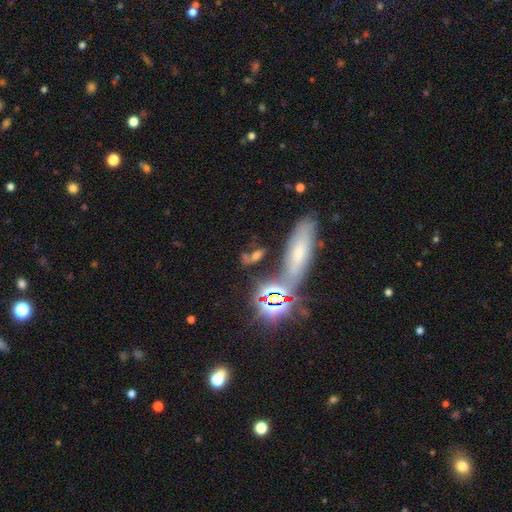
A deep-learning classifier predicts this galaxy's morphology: This is possibly a smooth galaxy (48%). Merging: possibly none (53%).